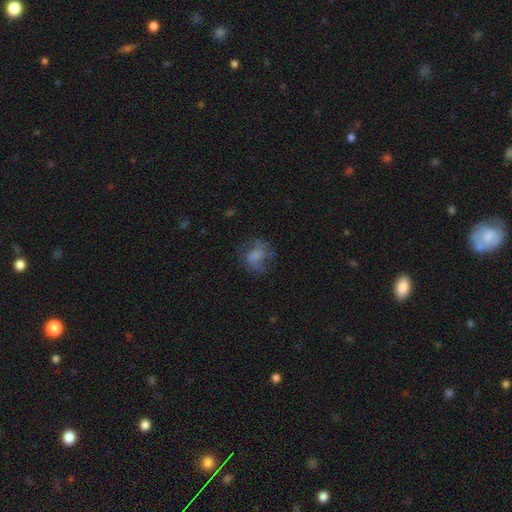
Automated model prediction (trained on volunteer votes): This appears to be a smooth galaxy with no disk features (52%) that is round (56%). Merging: none (54%).